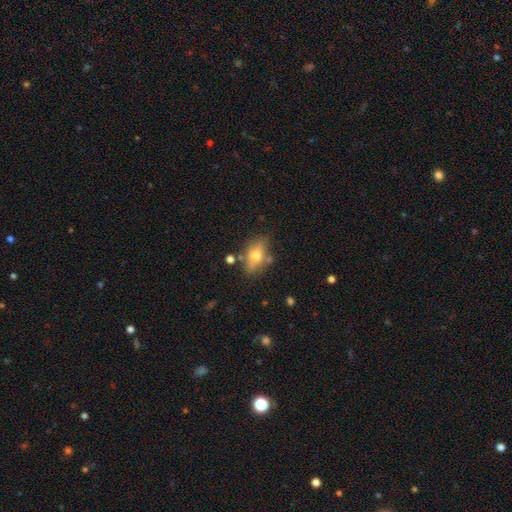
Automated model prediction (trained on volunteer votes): Q: Smooth or featured?
A: smooth (55%); runner-up: featured or disk (36%)
Q: How rounded?
A: in between (79%); runner-up: round (12%)
Q: Merging?
A: none (72%); runner-up: minor disturbance (17%)